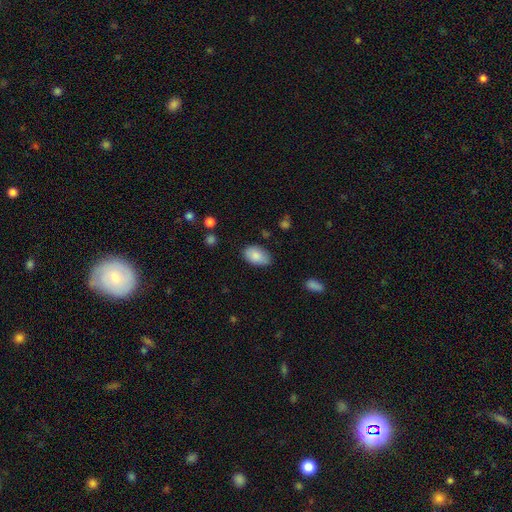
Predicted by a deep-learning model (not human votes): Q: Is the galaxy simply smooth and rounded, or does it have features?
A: smooth — 85%.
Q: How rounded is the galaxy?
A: in between — 92%.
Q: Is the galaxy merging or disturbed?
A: none — 77%.